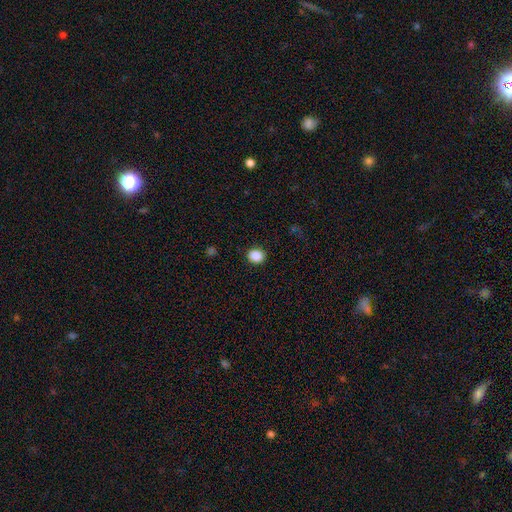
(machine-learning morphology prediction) Overall: smooth (88%). How rounded: round (69%; in between 30%). Merging: none (89%).